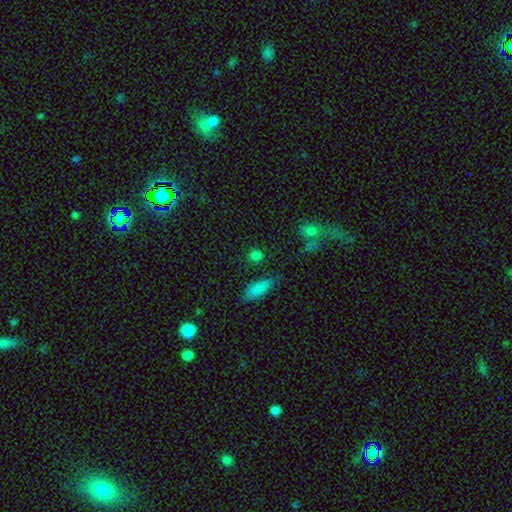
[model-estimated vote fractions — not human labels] This appears to be a smooth galaxy with no disk features (77%) that is round (76%). Merging: none (81%).